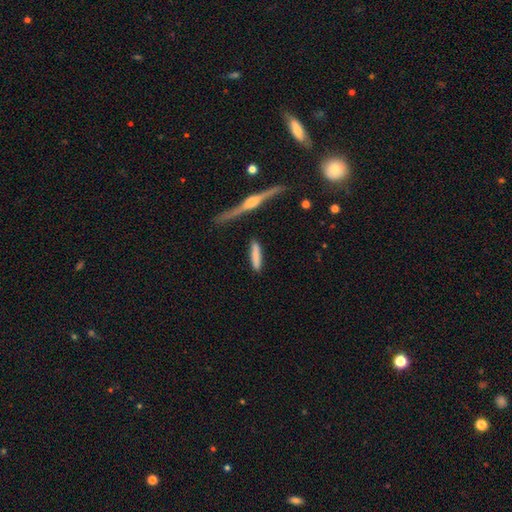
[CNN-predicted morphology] This is likely a smooth galaxy (76%). How rounded: clearly cigar-shaped (84%). Merging: clearly none (81%).